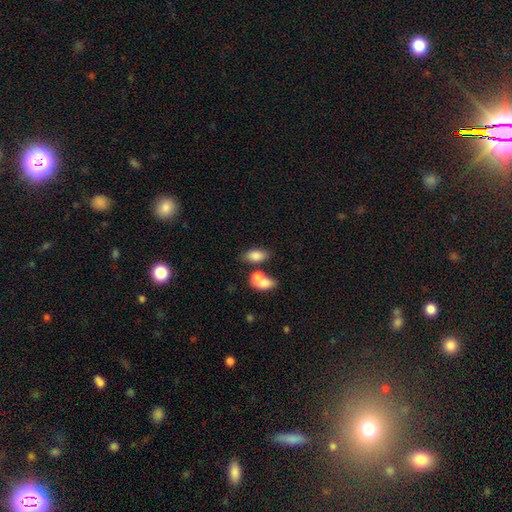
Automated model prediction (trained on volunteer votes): A smooth galaxy with no disk features (81%) that is in between round and cigar-shaped (89%). Merging: none (46%).